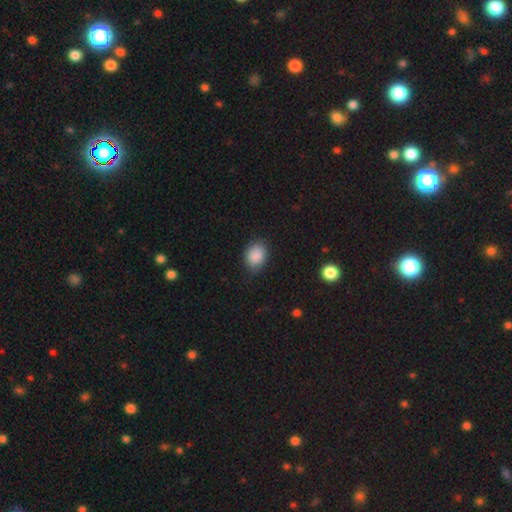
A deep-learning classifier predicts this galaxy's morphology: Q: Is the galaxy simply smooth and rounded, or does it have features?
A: smooth — 88%.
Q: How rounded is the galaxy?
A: in between — 53%.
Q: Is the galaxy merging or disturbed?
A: none — 81%.